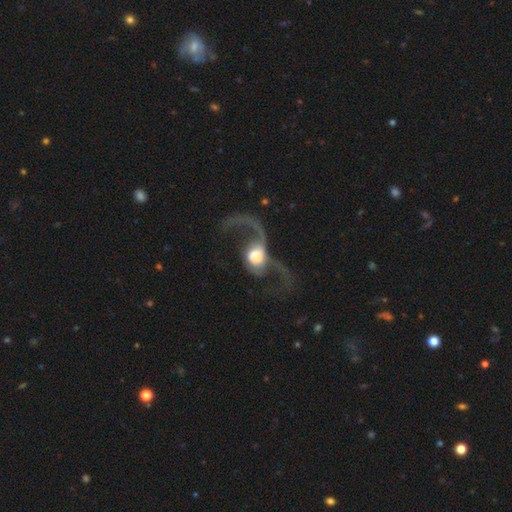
This appears to be a featured or disk galaxy (59%) with no bar (75%), 2 (77%) loose (77%) spiral arms (65%) and a large central bulge (45%). Merging: major disturbance (65%).